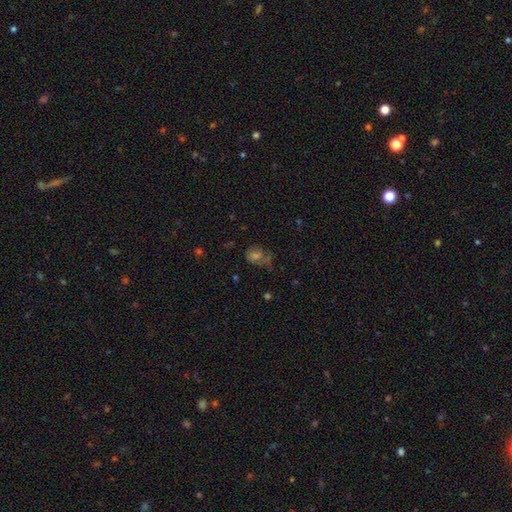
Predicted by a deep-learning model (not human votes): A smooth galaxy with no disk features (42%). Merging: none (50%).